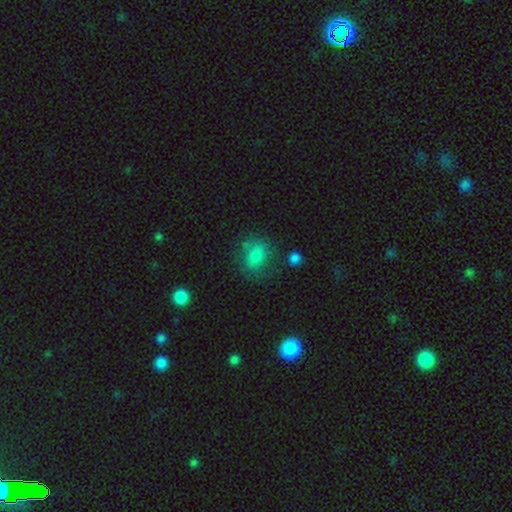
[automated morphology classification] A smooth galaxy with no disk features (77%) that is round (52%).

Vote fractions:
- Smooth or featured? smooth: 77% / featured or disk: 12% / star or artifact: 11%
- How rounded? round: 52% / in between: 47% / cigar-shaped: 1%
- Merging? none: 67% / minor disturbance: 20% / major disturbance: 9% / merger: 4%